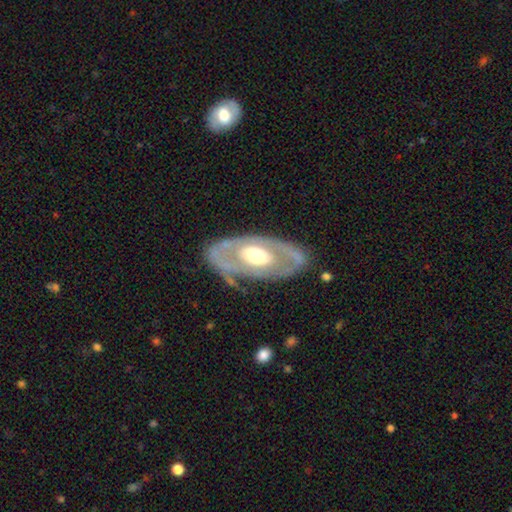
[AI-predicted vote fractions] Smooth or featured?
  - featured or disk: 70% *
  - smooth: 25%
  - star or artifact: 5%
Edge-on disk?
  - no: 89% *
  - yes: 11%
Bar?
  - no: 71% *
  - weak: 20%
  - strong: 9%
Spiral arms?
  - no: 66% *
  - yes: 34%
Bulge size?
  - moderate: 61% *
  - large: 30%
  - small: 6%
  - dominant: 2%
  - none: 1%
Merging?
  - none: 73% *
  - minor disturbance: 17%
  - major disturbance: 8%
  - merger: 2%